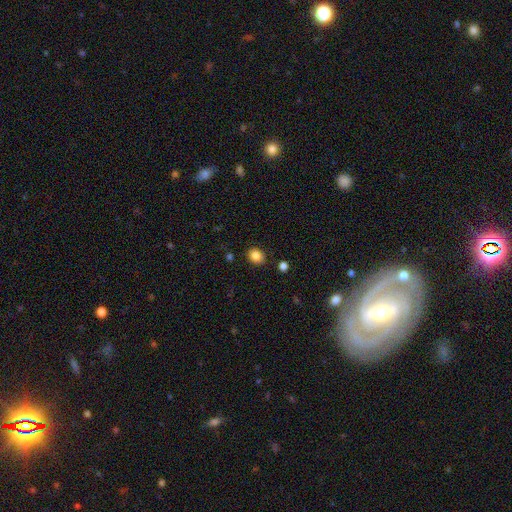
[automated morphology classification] Smooth or featured? Predicted: smooth (p=0.85). How rounded? Predicted: round (p=0.63). Merging? Predicted: none (p=0.87).